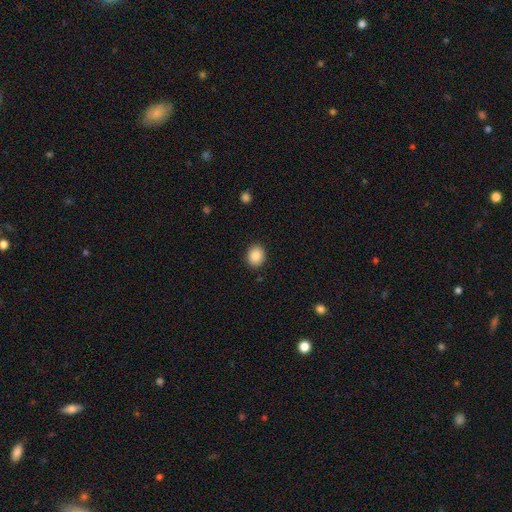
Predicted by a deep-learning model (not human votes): A smooth galaxy with no disk features (87%) that is round (65%).

Vote fractions:
- Smooth or featured? smooth: 87% / star or artifact: 8% / featured or disk: 4%
- How rounded? round: 65% / in between: 34% / cigar-shaped: 1%
- Merging? none: 89% / minor disturbance: 7% / major disturbance: 2% / merger: 1%